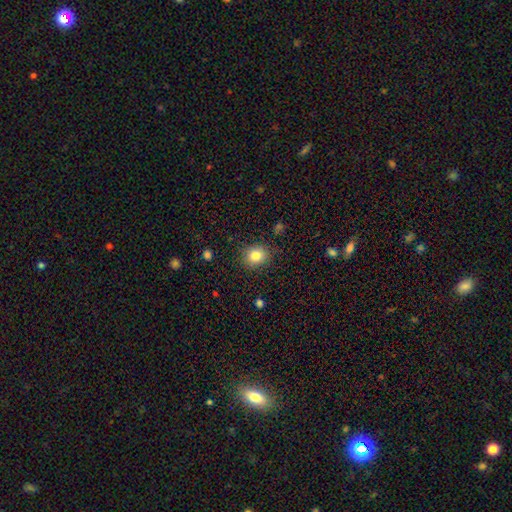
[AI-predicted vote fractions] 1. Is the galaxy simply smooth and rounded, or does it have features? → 82% smooth, 10% star or artifact, 7% featured or disk.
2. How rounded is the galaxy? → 69% round, 30% in between, 1% cigar-shaped.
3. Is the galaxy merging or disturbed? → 85% none, 11% minor disturbance, 3% major disturbance, 1% merger.